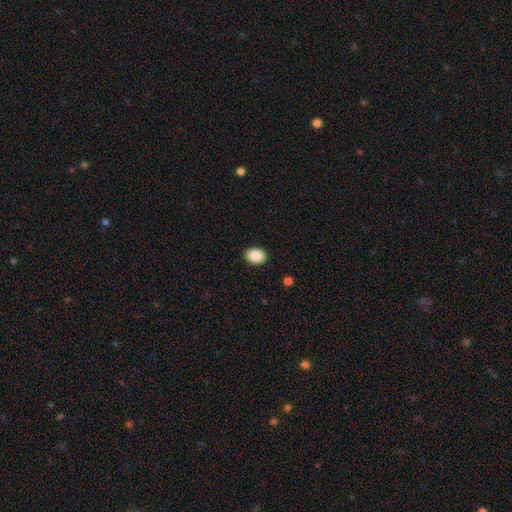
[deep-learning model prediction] A smooth galaxy with no disk features (88%) that is in between round and cigar-shaped (69%).

Vote fractions:
- Smooth or featured? smooth: 88% / star or artifact: 8% / featured or disk: 5%
- How rounded? in between: 69% / round: 31% / cigar-shaped: 1%
- Merging? none: 91% / minor disturbance: 6% / major disturbance: 2% / merger: 1%